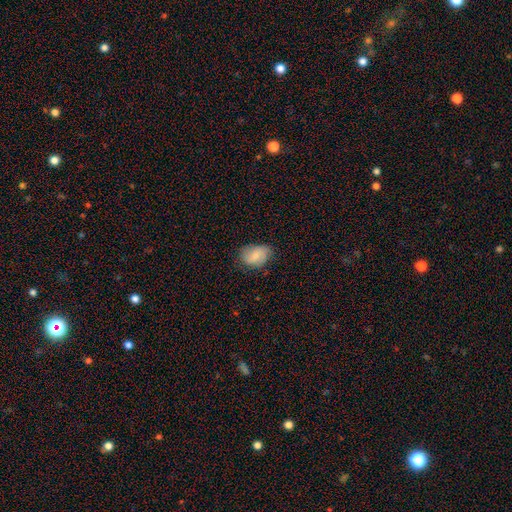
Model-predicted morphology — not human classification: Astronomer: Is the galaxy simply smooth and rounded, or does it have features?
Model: smooth — 72%.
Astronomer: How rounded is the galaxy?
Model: in between — 78%.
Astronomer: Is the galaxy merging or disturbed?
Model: none — 64%.